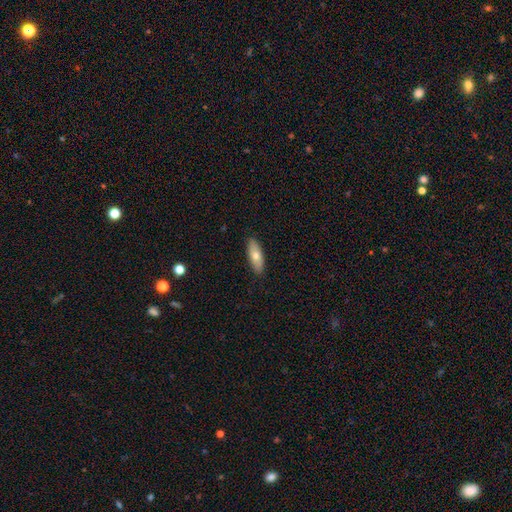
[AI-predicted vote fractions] smooth_or_featured: smooth (p=0.70) [alt: featured or disk p=0.24]
how_rounded: in between (p=0.67) [alt: cigar-shaped p=0.30]
merging: none (p=0.89) [alt: minor disturbance p=0.08]